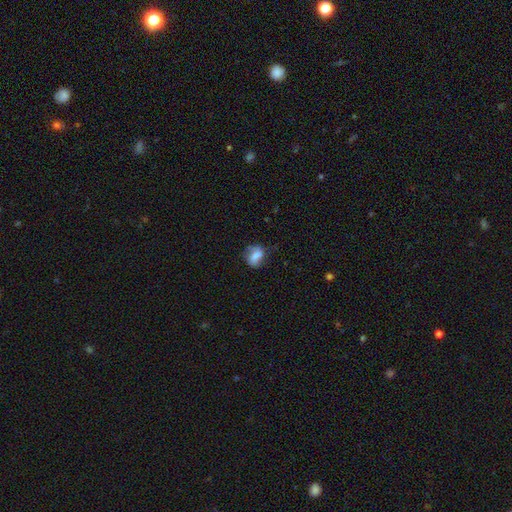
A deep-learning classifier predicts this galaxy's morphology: Smooth or featured? smooth (59%)
How rounded? in between (63%)
Merging? none (51%)